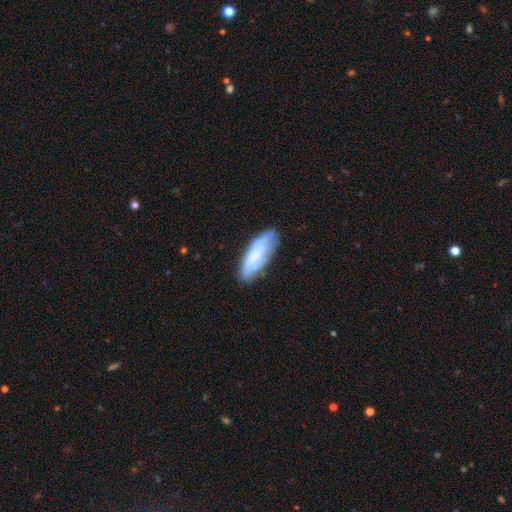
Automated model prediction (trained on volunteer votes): smooth-or-featured: smooth: 52% | featured or disk: 41% | star or artifact: 7%
  how-rounded: in between: 65% | cigar-shaped: 33% | round: 2%
  merging: none: 71% | minor disturbance: 22% | major disturbance: 6% | merger: 2%